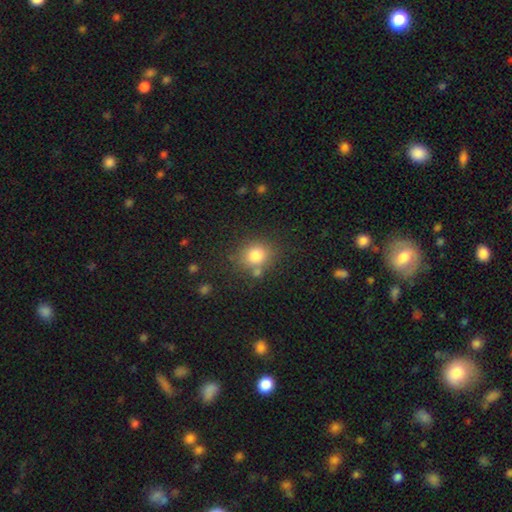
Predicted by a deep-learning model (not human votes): This appears to be a smooth galaxy with no disk features (80%) that is round (70%). Merging: none (70%).